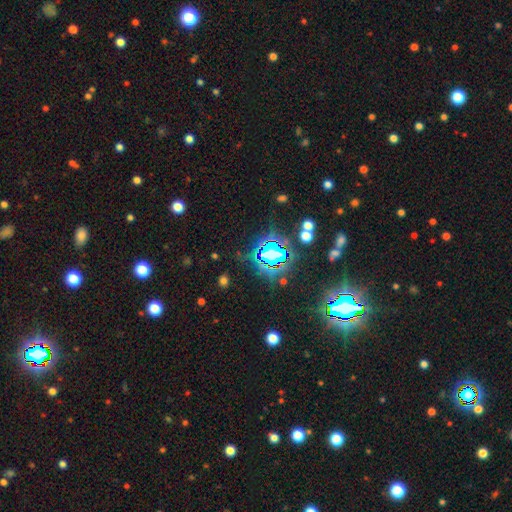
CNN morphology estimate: This appears to be a star or artifact, not a galaxy (80%).